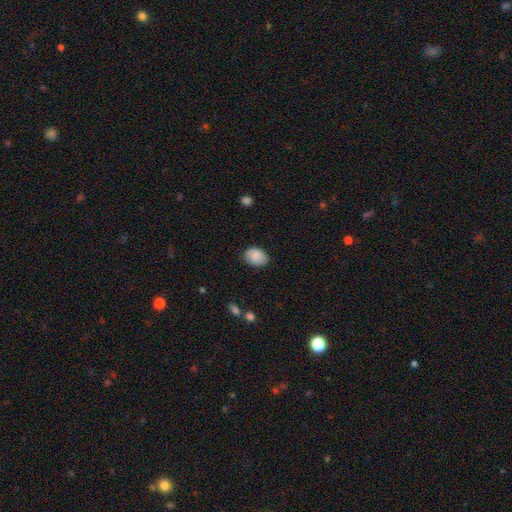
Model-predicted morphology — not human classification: The model was most divided on "how rounded": in between: 68%, round: 32%, cigar-shaped: 1%. More confident: smooth or featured — smooth (87%); merging — none (78%).